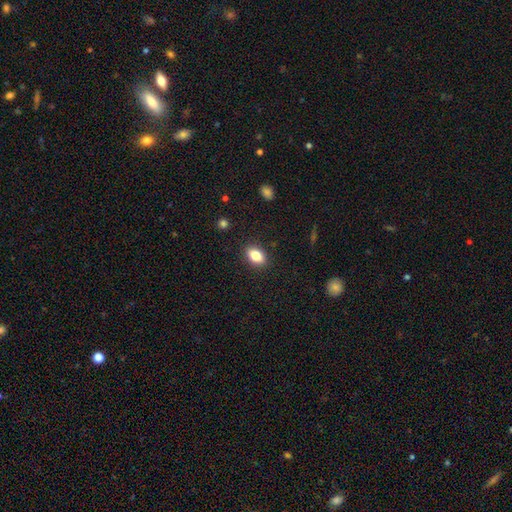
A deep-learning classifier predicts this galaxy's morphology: Q: Smooth or featured?
A: smooth (83%); runner-up: star or artifact (8%)
Q: How rounded?
A: in between (86%); runner-up: round (11%)
Q: Merging?
A: none (88%); runner-up: minor disturbance (9%)